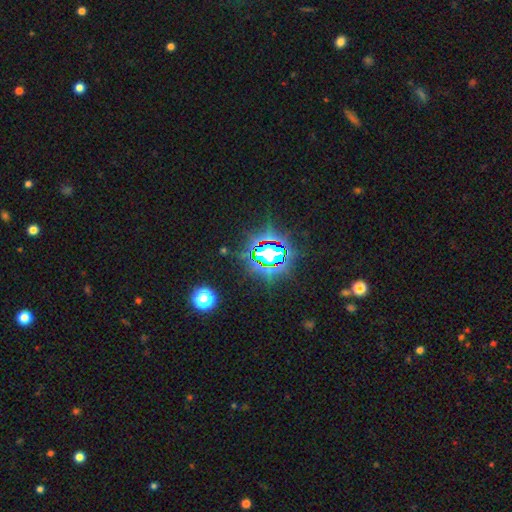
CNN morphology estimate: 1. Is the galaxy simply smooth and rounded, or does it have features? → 82% star or artifact, 11% smooth, 7% featured or disk.